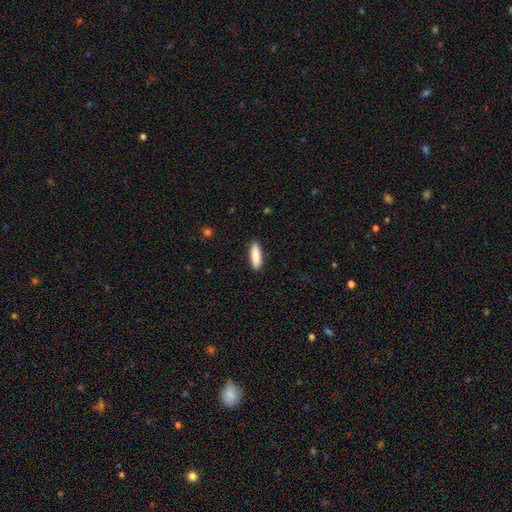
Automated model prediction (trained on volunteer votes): Q: Smooth or featured?
A: smooth (85%); runner-up: featured or disk (9%)
Q: How rounded?
A: cigar-shaped (55%); runner-up: in between (43%)
Q: Merging?
A: none (89%); runner-up: minor disturbance (8%)